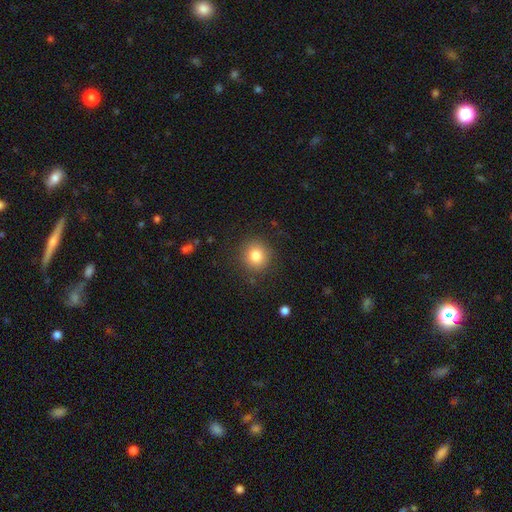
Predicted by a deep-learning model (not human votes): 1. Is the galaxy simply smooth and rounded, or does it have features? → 81% smooth, 11% star or artifact, 8% featured or disk.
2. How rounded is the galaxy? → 91% round, 8% in between, 1% cigar-shaped.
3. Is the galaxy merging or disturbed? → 88% none, 8% minor disturbance, 3% major disturbance, 1% merger.